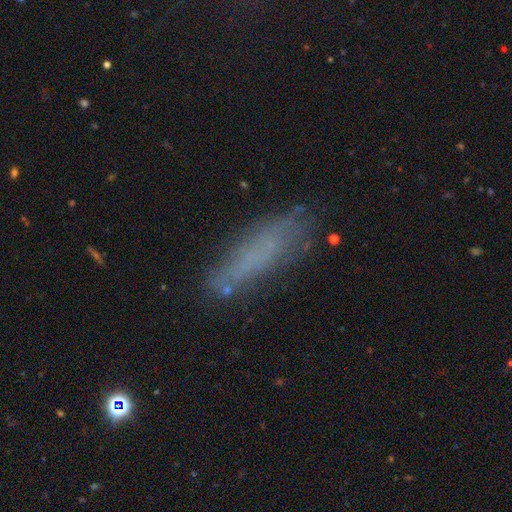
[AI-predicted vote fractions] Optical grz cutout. It shows a smooth galaxy with no disk features (56%) that is cigar-shaped (65%). Merging: none (66%).